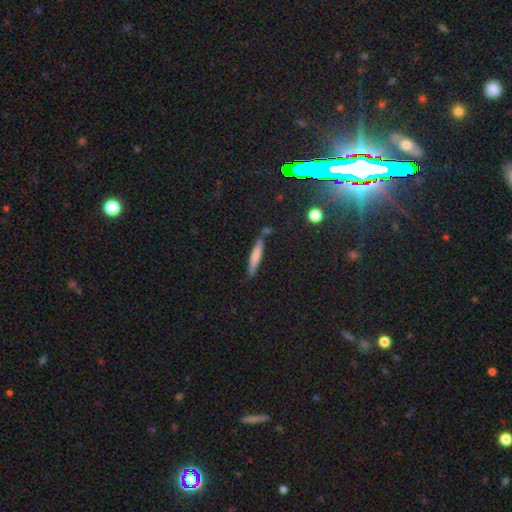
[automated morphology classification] smooth 67%, featured or disk 26%, star or artifact 8%. Down the decision tree: how rounded — cigar-shaped (92%); merging — none (80%).